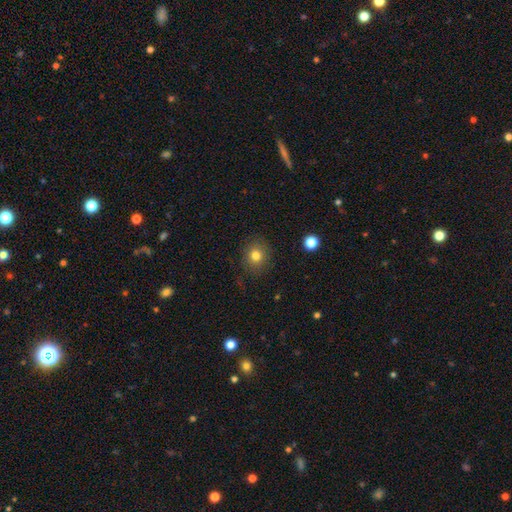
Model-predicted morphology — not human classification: Smooth or featured: smooth — 80% (star or artifact — 12%)
How rounded: round — 78% (in between — 21%)
Merging: none — 85% (minor disturbance — 10%)